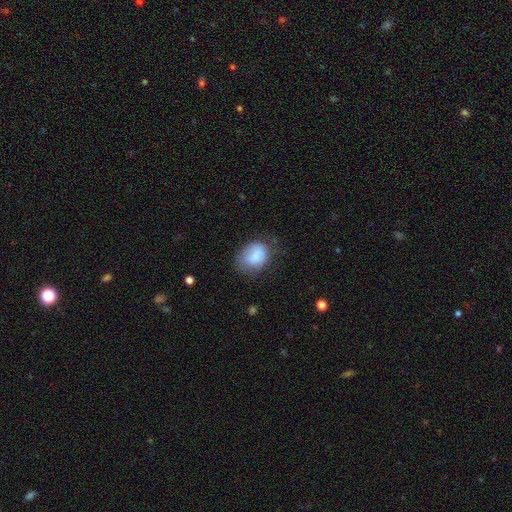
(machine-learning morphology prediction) smooth_or_featured: smooth (p=0.77) [alt: featured or disk p=0.15]
how_rounded: in between (p=0.57) [alt: round p=0.42]
merging: none (p=0.56) [alt: minor disturbance p=0.30]